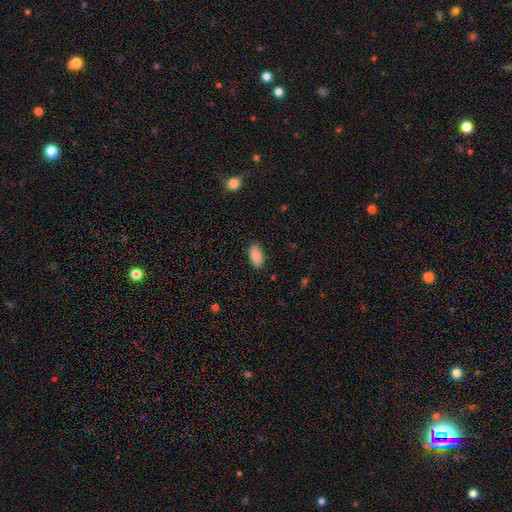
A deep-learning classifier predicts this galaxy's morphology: Overall: smooth (88%). How rounded: in between (94%). Merging: none (86%).